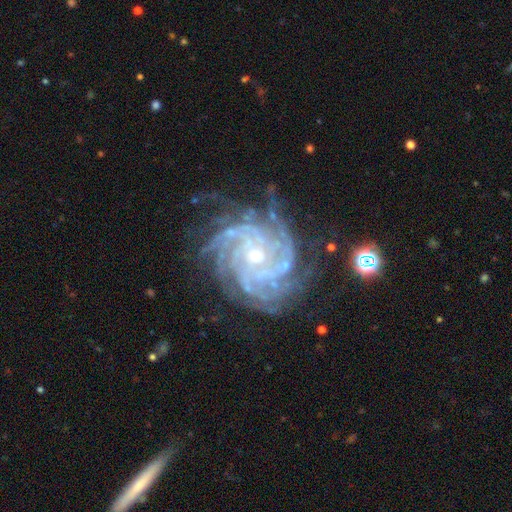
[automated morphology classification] A featured or disk galaxy (91%) with no bar (64%), more than 4 (33%) tight (75%) spiral arms (98%) and a small central bulge (63%).

Vote fractions:
- Smooth or featured? featured or disk: 91% / star or artifact: 6% / smooth: 3%
- Edge-on disk? no: 98% / yes: 2%
- Bar? no: 64% / weak: 26% / strong: 10%
- Spiral arms? yes: 98% / no: 2%
- Spiral winding? tight: 75% / medium: 21% / loose: 4%
- Spiral arm count? more than 4: 33% / 4: 22% / can't tell: 17% / 3: 11% / 2: 9% / 1: 8%
- Bulge size? small: 63% / moderate: 33% / large: 1% / none: 1% / dominant: 1%
- Merging? none: 75% / minor disturbance: 16% / major disturbance: 8% / merger: 2%